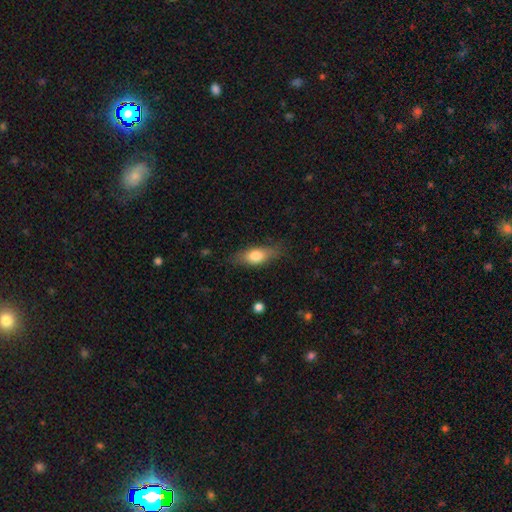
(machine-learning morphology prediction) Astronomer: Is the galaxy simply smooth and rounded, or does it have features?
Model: smooth — 73%.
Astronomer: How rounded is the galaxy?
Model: in between — 72%.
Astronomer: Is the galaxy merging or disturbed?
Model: none — 76%.